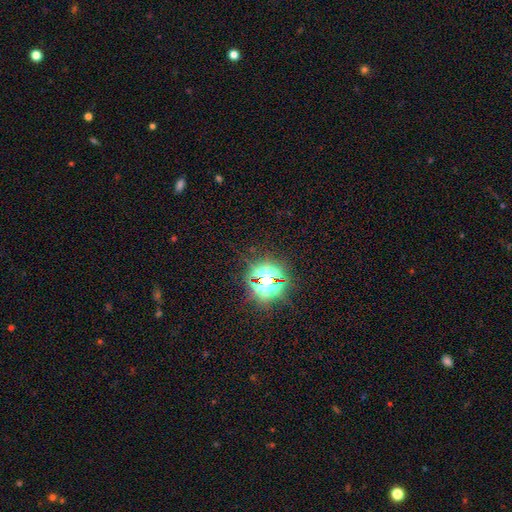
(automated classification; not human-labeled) A star or artifact, not a galaxy (80%).